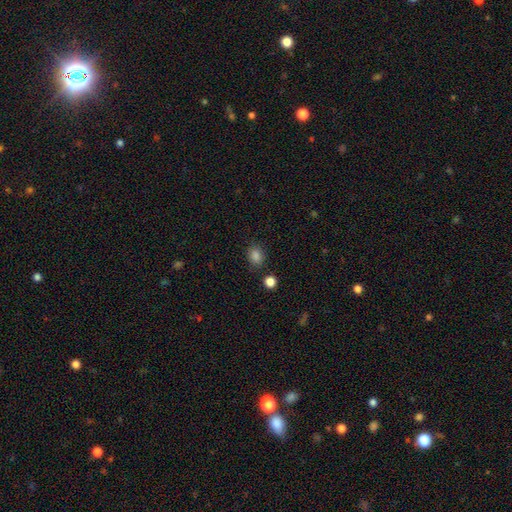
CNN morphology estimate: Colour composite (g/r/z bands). It shows a smooth galaxy with no disk features (85%) that is round (54%). Merging: none (82%).